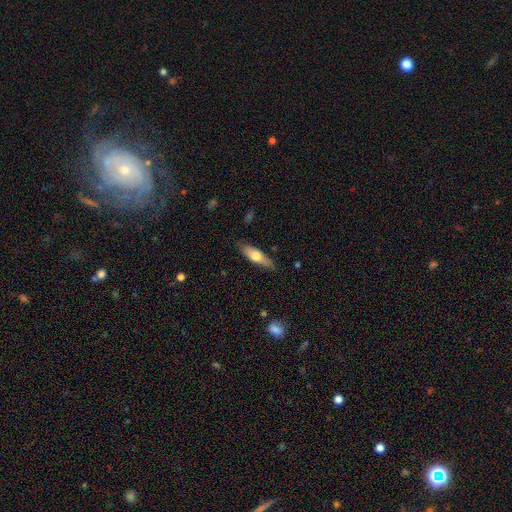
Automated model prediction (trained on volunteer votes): smooth 62%, featured or disk 32%, star or artifact 6%. Down the decision tree: how rounded — cigar-shaped (55%); merging — none (83%).